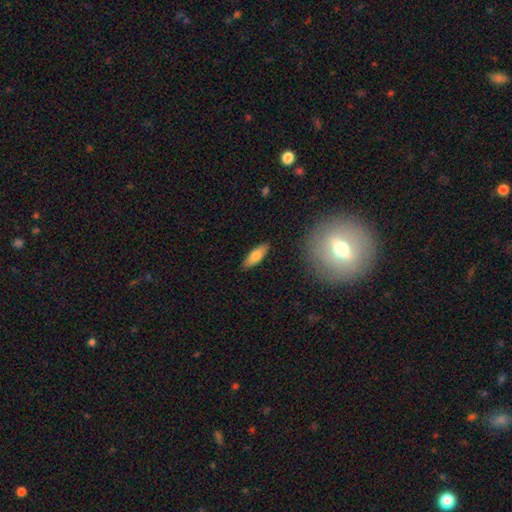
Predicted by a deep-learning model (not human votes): Smooth or featured?
  - smooth: 75% *
  - featured or disk: 18%
  - star or artifact: 6%
How rounded?
  - in between: 63% *
  - cigar-shaped: 35%
  - round: 2%
Merging?
  - none: 87% *
  - minor disturbance: 9%
  - major disturbance: 2%
  - merger: 2%